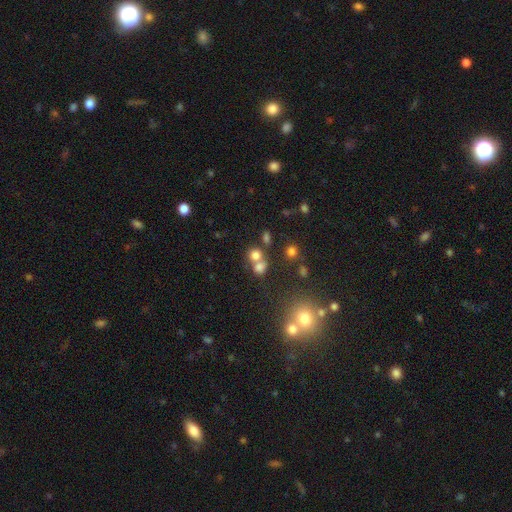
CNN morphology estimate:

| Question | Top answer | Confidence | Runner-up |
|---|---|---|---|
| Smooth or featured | smooth | 72% | star or artifact (18%) |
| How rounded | round | 75% | in between (24%) |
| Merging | merger | 45% | none (43%) |